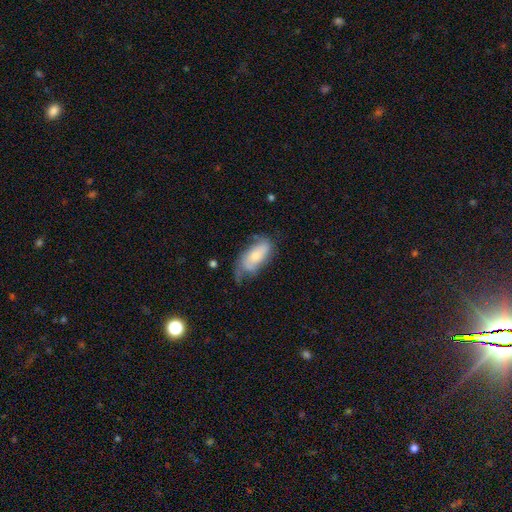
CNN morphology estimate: Smooth or featured? Predicted: smooth (p=0.52). How rounded? Predicted: in between (p=0.85). Merging? Predicted: none (p=0.46).